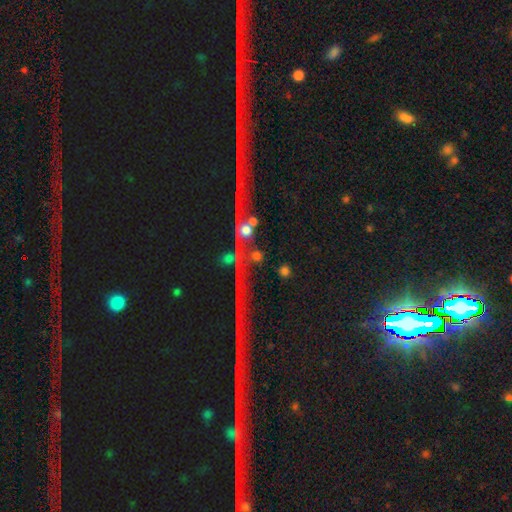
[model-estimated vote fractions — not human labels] Overall: star or artifact (81%).